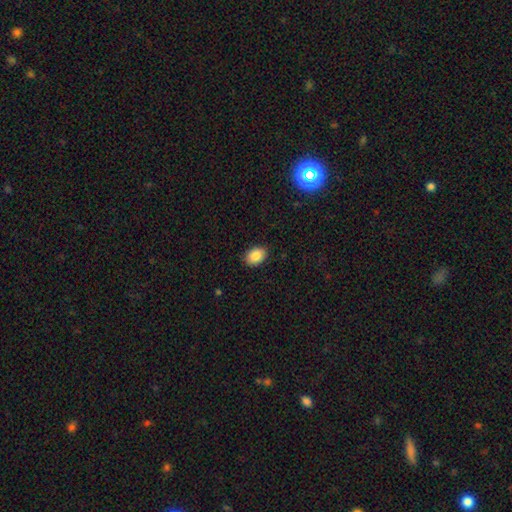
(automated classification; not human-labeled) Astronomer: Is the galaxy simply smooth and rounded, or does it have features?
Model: smooth — 87%.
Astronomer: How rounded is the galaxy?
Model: in between — 79%.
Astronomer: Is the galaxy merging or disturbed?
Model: none — 88%.